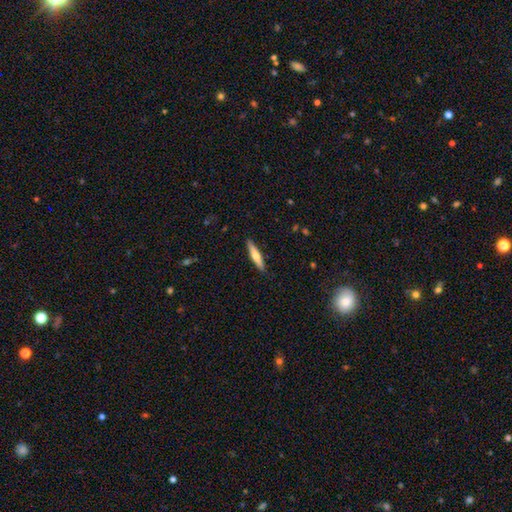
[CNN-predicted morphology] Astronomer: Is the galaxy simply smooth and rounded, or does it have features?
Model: smooth — 52% (runner-up: featured or disk, 43%).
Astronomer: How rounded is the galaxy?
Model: cigar-shaped — 87%.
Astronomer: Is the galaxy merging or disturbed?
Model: none — 90%.